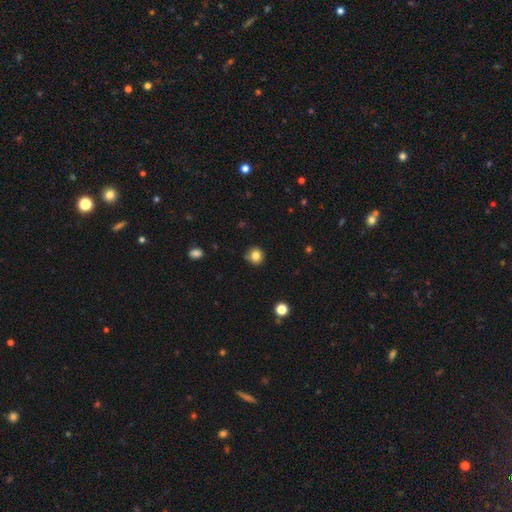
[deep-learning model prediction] Smooth or featured?
  - smooth: 82% *
  - star or artifact: 12%
  - featured or disk: 6%
How rounded?
  - round: 90% *
  - in between: 9%
  - cigar-shaped: 1%
Merging?
  - none: 80% *
  - minor disturbance: 14%
  - merger: 3%
  - major disturbance: 3%